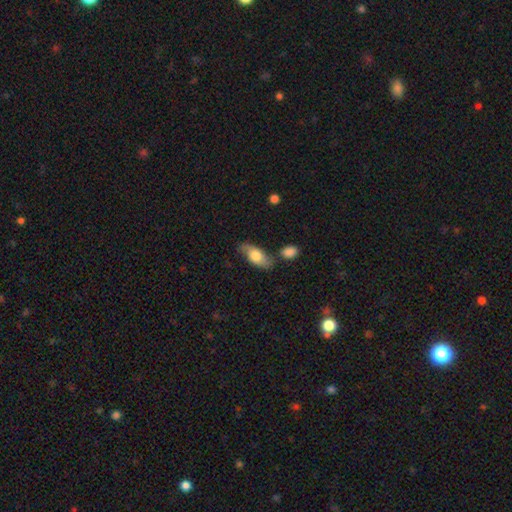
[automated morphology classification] Smooth or featured?
  - smooth: 63% *
  - featured or disk: 31%
  - star or artifact: 6%
How rounded?
  - in between: 84% *
  - cigar-shaped: 12%
  - round: 4%
Merging?
  - none: 66% *
  - minor disturbance: 19%
  - merger: 10%
  - major disturbance: 5%